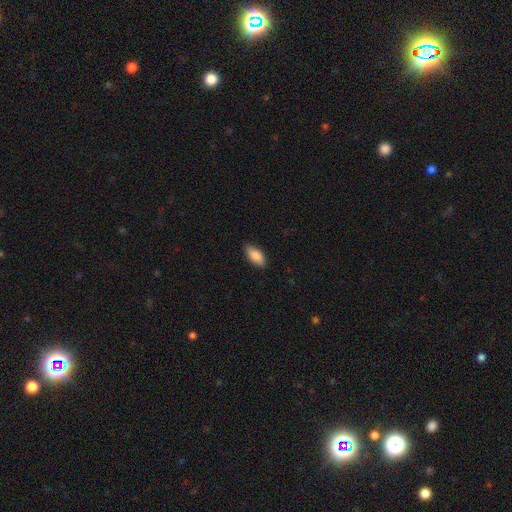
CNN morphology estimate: Smooth or featured? smooth (87%)
How rounded? in between (90%)
Merging? none (84%)